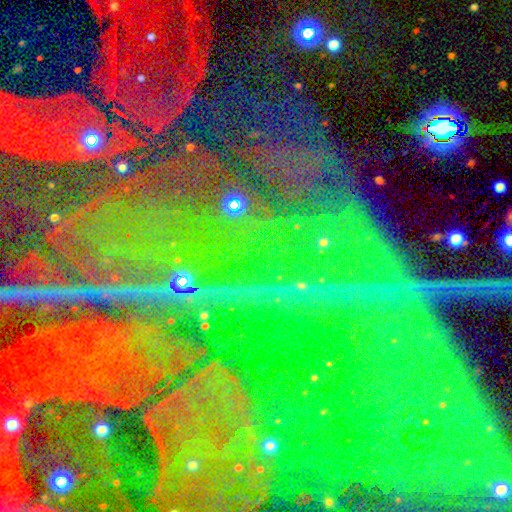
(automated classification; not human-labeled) Q: Smooth or featured?
A: star or artifact (87%); runner-up: featured or disk (7%)